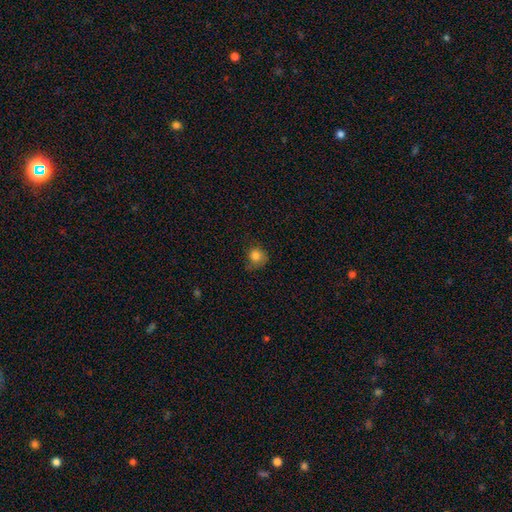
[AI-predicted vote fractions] Q: Smooth or featured?
A: smooth (82%); runner-up: star or artifact (12%)
Q: How rounded?
A: round (86%); runner-up: in between (13%)
Q: Merging?
A: none (67%); runner-up: minor disturbance (25%)